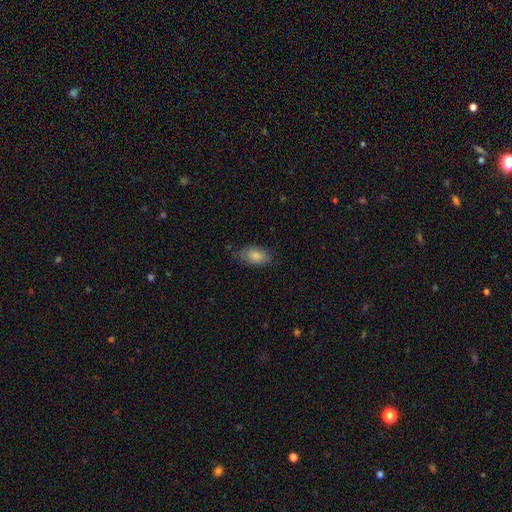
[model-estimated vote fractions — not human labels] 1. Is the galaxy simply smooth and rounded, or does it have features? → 83% smooth, 10% featured or disk, 7% star or artifact.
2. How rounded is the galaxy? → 91% in between, 5% round, 4% cigar-shaped.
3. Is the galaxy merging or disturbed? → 69% none, 24% minor disturbance, 5% major disturbance, 1% merger.